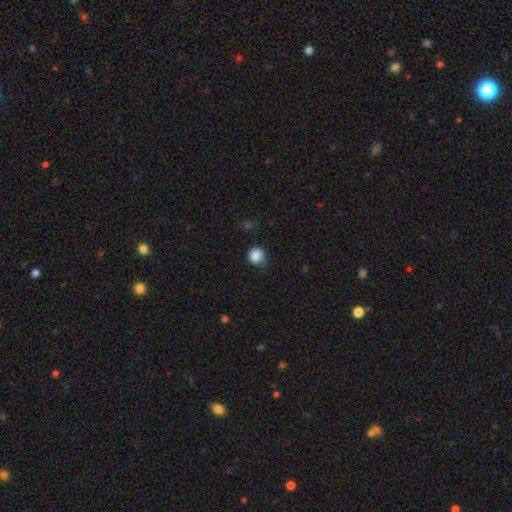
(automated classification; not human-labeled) smooth_or_featured: smooth (p=0.86) [alt: star or artifact p=0.10]
how_rounded: round (p=0.89) [alt: in between p=0.10]
merging: none (p=0.66) [alt: minor disturbance p=0.25]